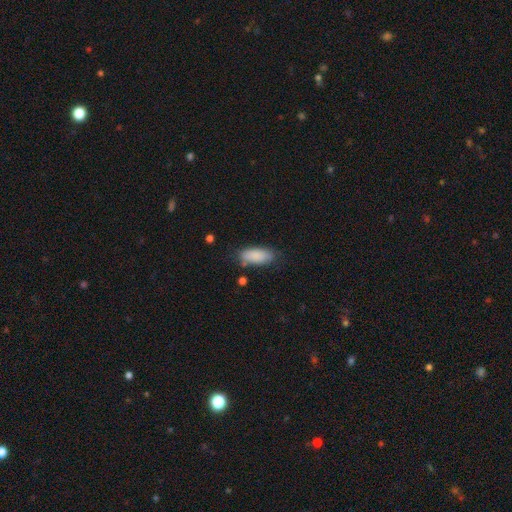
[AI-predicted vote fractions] A smooth galaxy with no disk features (87%) that is in between round and cigar-shaped (84%).

Vote fractions:
- Smooth or featured? smooth: 87% / featured or disk: 6% / star or artifact: 6%
- How rounded? in between: 84% / cigar-shaped: 14% / round: 2%
- Merging? none: 74% / minor disturbance: 18% / major disturbance: 4% / merger: 4%